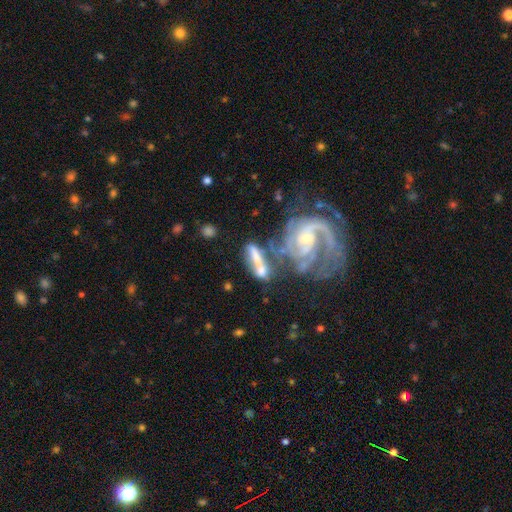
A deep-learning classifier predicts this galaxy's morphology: Smooth or featured? Predicted: featured or disk (p=0.54). Edge-on disk? Predicted: no (p=0.83). Merging? Predicted: merger (p=0.41).